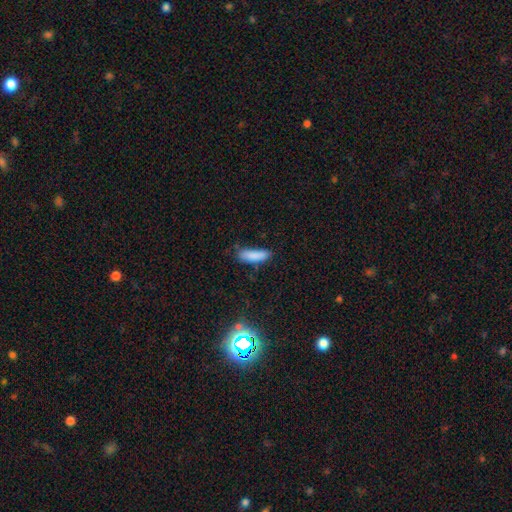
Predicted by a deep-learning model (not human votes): Smooth or featured?
  - smooth: 85% *
  - star or artifact: 8%
  - featured or disk: 7%
How rounded?
  - in between: 50% *
  - cigar-shaped: 48%
  - round: 2%
Merging?
  - none: 68% *
  - minor disturbance: 23%
  - major disturbance: 5%
  - merger: 3%